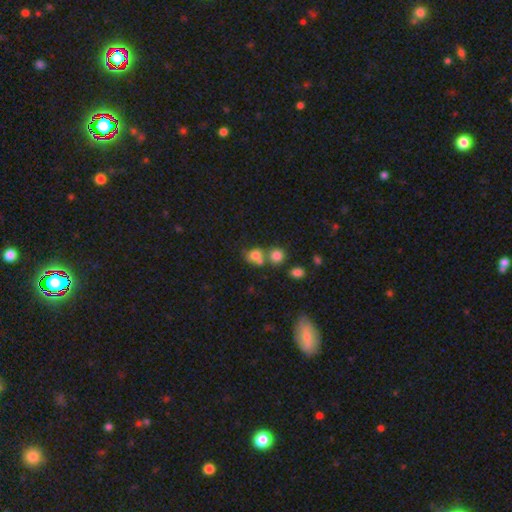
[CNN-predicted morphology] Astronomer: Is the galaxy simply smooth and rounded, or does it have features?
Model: smooth — 75%.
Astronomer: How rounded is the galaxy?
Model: round — 68%.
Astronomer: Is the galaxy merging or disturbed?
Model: merger — 42% (runner-up: none, 41%).